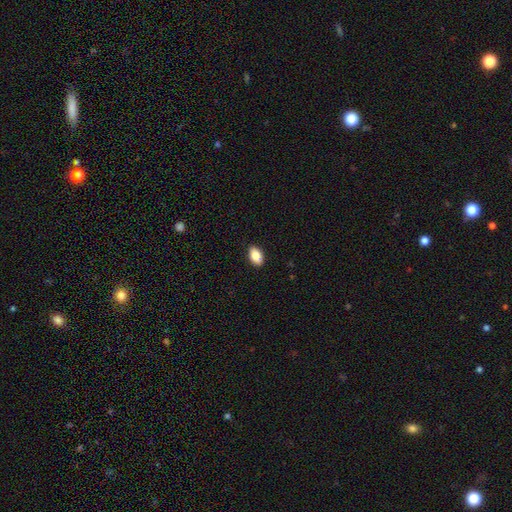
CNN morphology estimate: Q: Smooth or featured?
A: smooth (85%); runner-up: star or artifact (8%)
Q: How rounded?
A: in between (91%); runner-up: round (7%)
Q: Merging?
A: none (89%); runner-up: minor disturbance (9%)